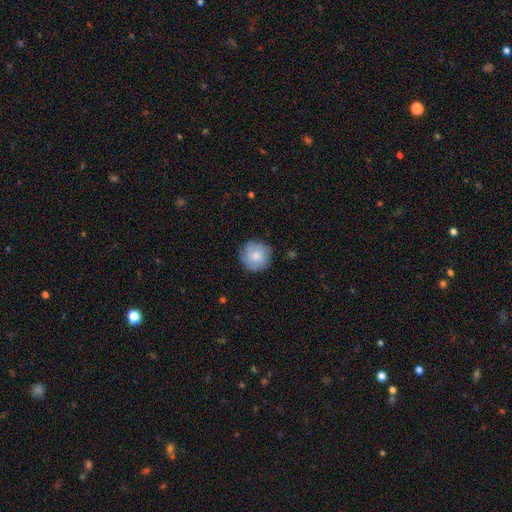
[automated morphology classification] smooth-or-featured: smooth: 67% | featured or disk: 26% | star or artifact: 7%
  how-rounded: round: 92% | in between: 7% | cigar-shaped: 1%
  merging: none: 80% | minor disturbance: 15% | major disturbance: 4% | merger: 1%